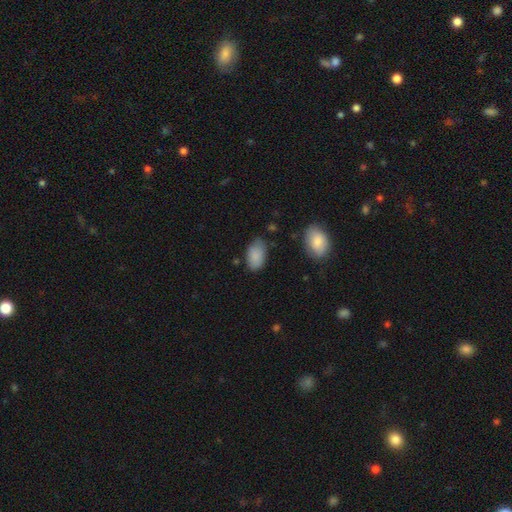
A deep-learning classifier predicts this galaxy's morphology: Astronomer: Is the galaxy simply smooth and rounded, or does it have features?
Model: smooth — 86%.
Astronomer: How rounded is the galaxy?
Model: in between — 94%.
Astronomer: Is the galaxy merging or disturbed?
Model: none — 69%.